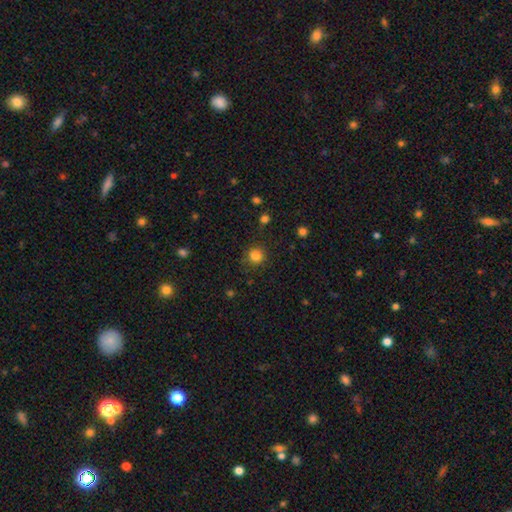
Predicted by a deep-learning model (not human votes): smooth_or_featured: smooth (p=0.83) [alt: star or artifact p=0.13]
how_rounded: round (p=0.93) [alt: in between p=0.06]
merging: none (p=0.86) [alt: minor disturbance p=0.09]